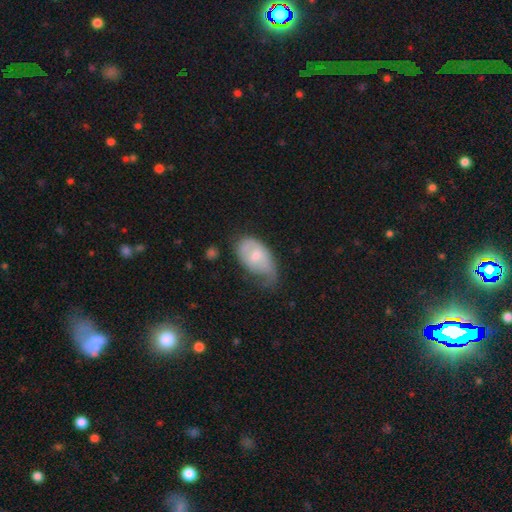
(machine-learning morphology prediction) This is possibly a smooth galaxy (54%). How rounded: clearly in between (92%). Merging: marginally minor disturbance (42%).